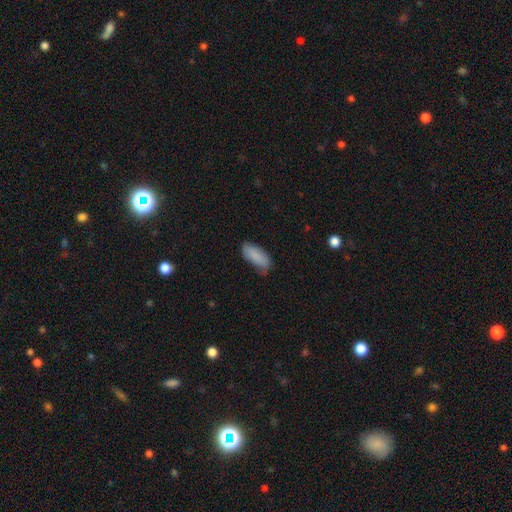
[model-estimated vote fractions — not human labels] Overall: smooth (86%). How rounded: in between (85%). Merging: none (61%; minor disturbance 31%).